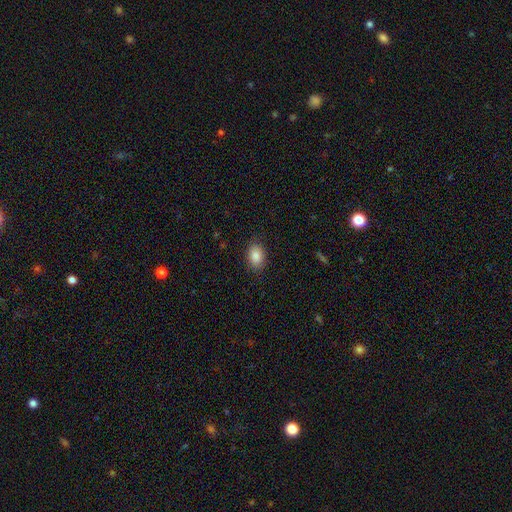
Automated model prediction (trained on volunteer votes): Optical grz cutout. It shows a smooth galaxy with no disk features (87%) that is in between round and cigar-shaped (86%). Merging: none (86%).